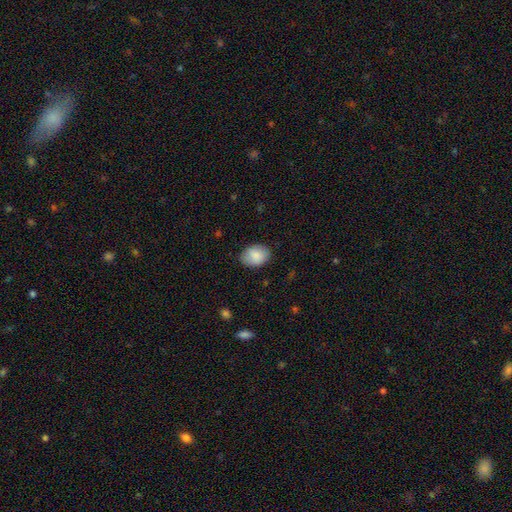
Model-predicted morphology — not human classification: Smooth or featured: smooth — 86% (featured or disk — 7%)
How rounded: in between — 75% (round — 24%)
Merging: none — 83% (minor disturbance — 13%)